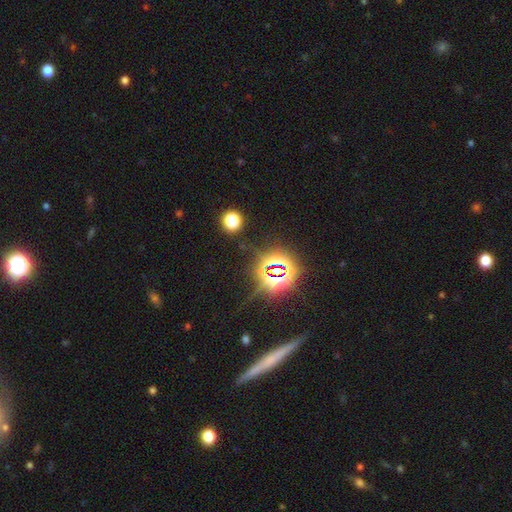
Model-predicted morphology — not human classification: Smooth or featured: star or artifact — 64% (smooth — 21%)